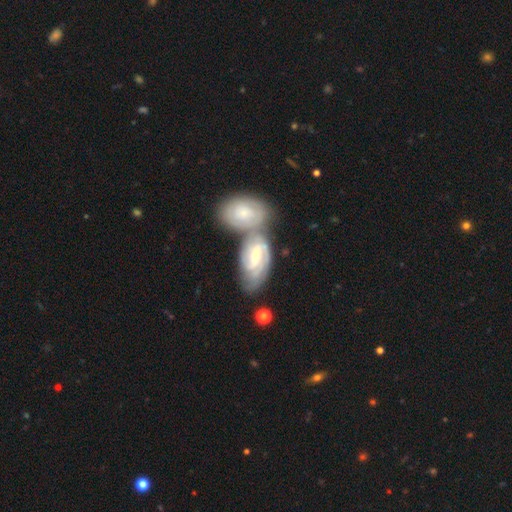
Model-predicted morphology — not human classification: This appears to be a featured or disk galaxy (77%) with a weak bar (51%), 2 (46%) tight (54%) spiral arms (93%) and a small central bulge (52%). Merging: merger (50%).